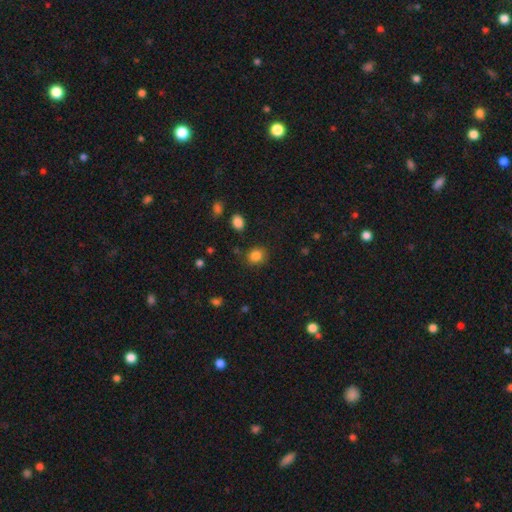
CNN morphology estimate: Q: Smooth or featured?
A: smooth (84%); runner-up: star or artifact (11%)
Q: How rounded?
A: round (69%); runner-up: in between (30%)
Q: Merging?
A: none (83%); runner-up: minor disturbance (11%)